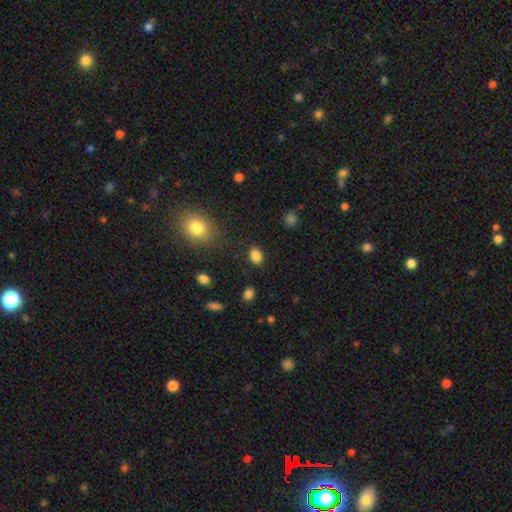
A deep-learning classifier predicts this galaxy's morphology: Overall: smooth (85%). How rounded: in between (75%). Merging: none (85%).